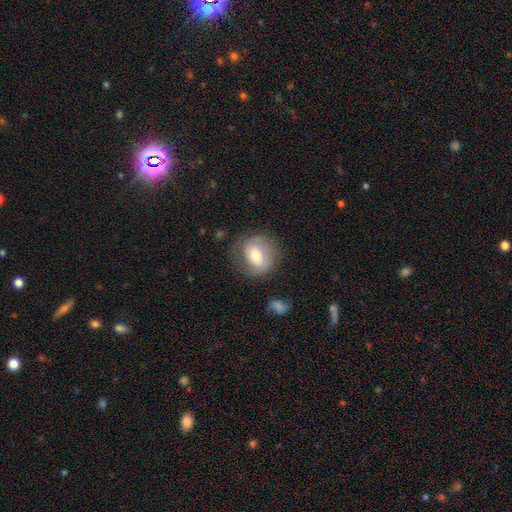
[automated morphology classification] Smooth or featured? smooth (54%)
How rounded? round (75%)
Merging? none (67%)